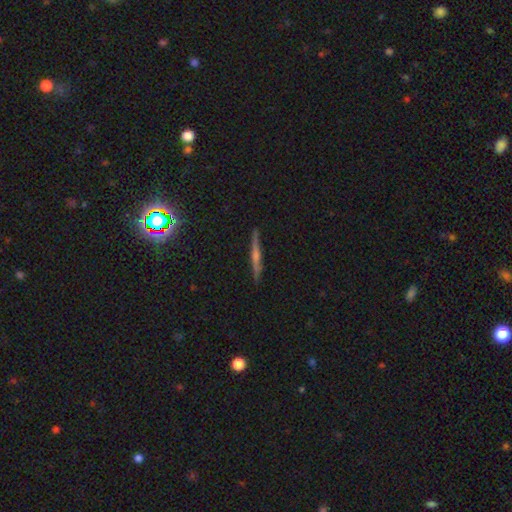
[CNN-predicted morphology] Smooth or featured: featured or disk — 58% (smooth — 23%)
Edge-on disk: yes — 94% (no — 6%)
Edge-on bulge: rounded — 73% (none — 19%)
Merging: none — 89% (minor disturbance — 7%)